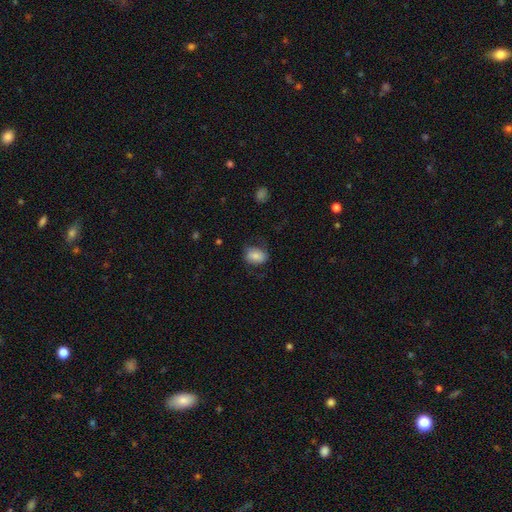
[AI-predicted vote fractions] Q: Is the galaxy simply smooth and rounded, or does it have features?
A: smooth — 76%.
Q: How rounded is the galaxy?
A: in between — 73%.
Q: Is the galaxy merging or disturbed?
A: none — 66%.